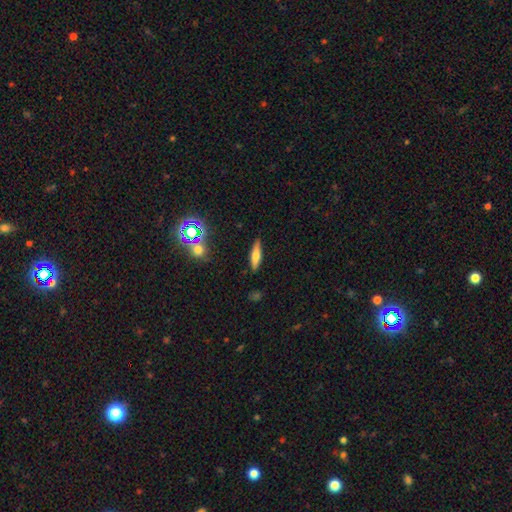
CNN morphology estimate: smooth_or_featured: smooth (p=0.55) [alt: featured or disk p=0.34]
how_rounded: cigar-shaped (p=0.71) [alt: in between p=0.26]
merging: none (p=0.88) [alt: minor disturbance p=0.08]